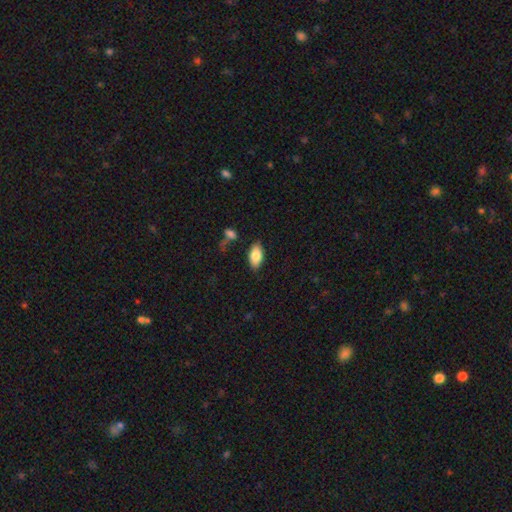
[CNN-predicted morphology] A smooth galaxy with no disk features (81%) that is in between round and cigar-shaped (92%).

Vote fractions:
- Smooth or featured? smooth: 81% / featured or disk: 12% / star or artifact: 7%
- How rounded? in between: 92% / cigar-shaped: 5% / round: 3%
- Merging? none: 82% / minor disturbance: 12% / merger: 3% / major disturbance: 3%